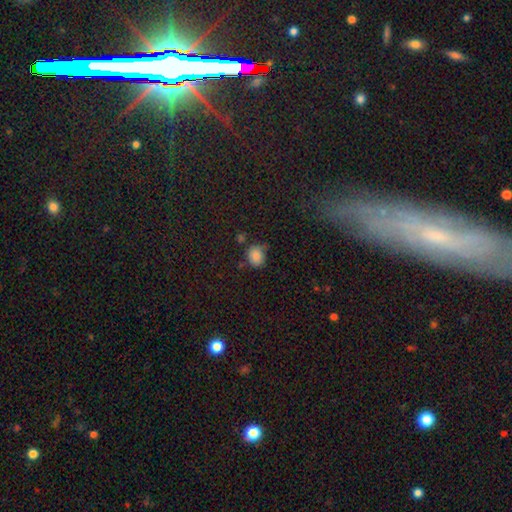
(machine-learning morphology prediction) Smooth or featured?
  - smooth: 84% *
  - star or artifact: 11%
  - featured or disk: 5%
How rounded?
  - round: 62% *
  - in between: 37%
  - cigar-shaped: 1%
Merging?
  - none: 59% *
  - minor disturbance: 28%
  - major disturbance: 7%
  - merger: 6%